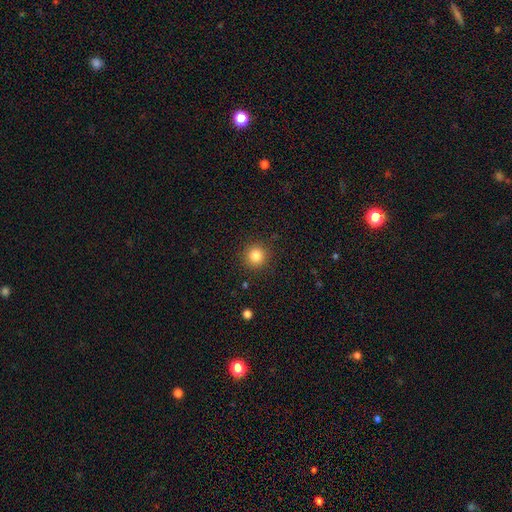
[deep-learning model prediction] This is clearly a smooth galaxy (84%). How rounded: clearly round (94%). Merging: clearly none (91%).